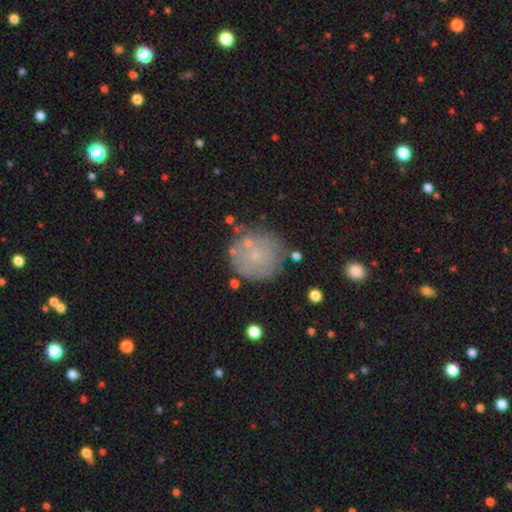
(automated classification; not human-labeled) Smooth or featured? Predicted: smooth (p=0.60). How rounded? Predicted: round (p=0.91). Merging? Predicted: none (p=0.72).